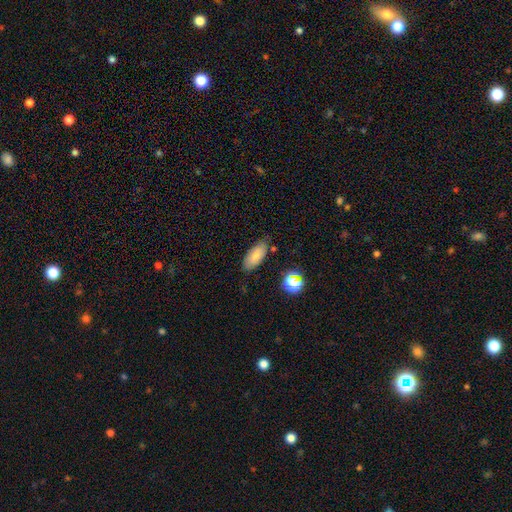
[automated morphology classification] Smooth or featured: smooth — 76% (featured or disk — 14%)
How rounded: in between — 88% (cigar-shaped — 9%)
Merging: none — 75% (minor disturbance — 19%)